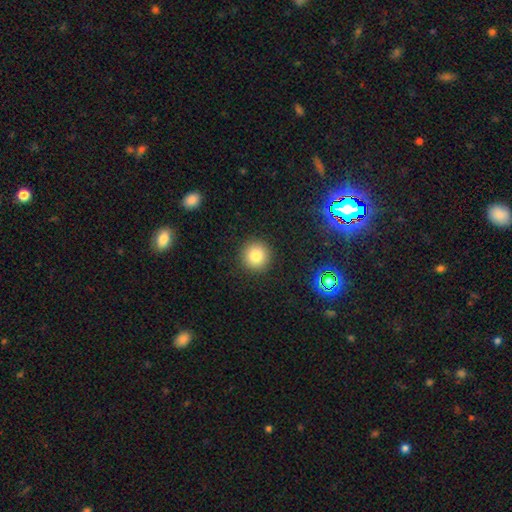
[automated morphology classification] The model was most divided on "smooth or featured": smooth: 82%, star or artifact: 11%, featured or disk: 6%. More confident: how rounded — round (95%); merging — none (92%).